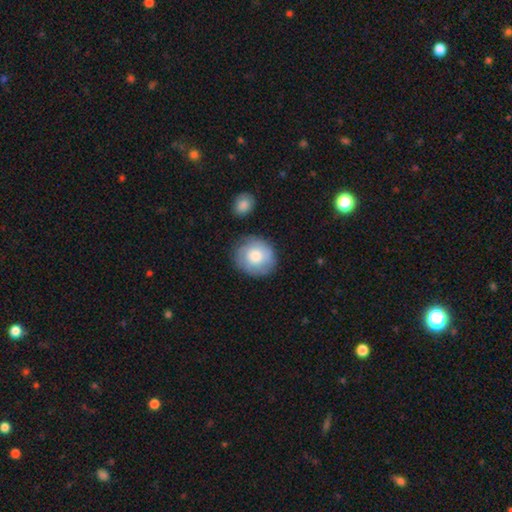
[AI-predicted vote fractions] This is possibly a smooth galaxy (58%). How rounded: clearly round (81%). Merging: likely none (80%).